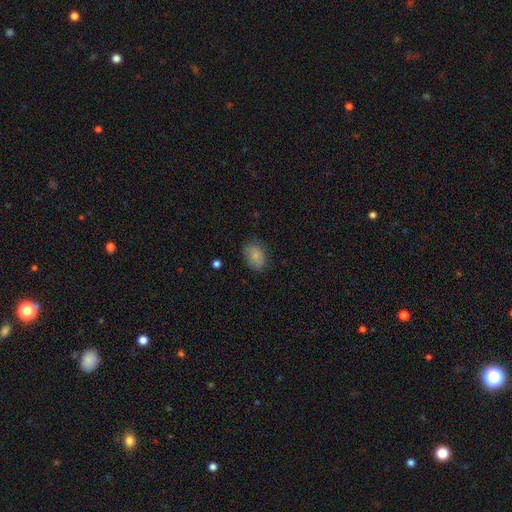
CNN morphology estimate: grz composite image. It shows a smooth galaxy with no disk features (81%) that is in between round and cigar-shaped (73%). Merging: none (73%).